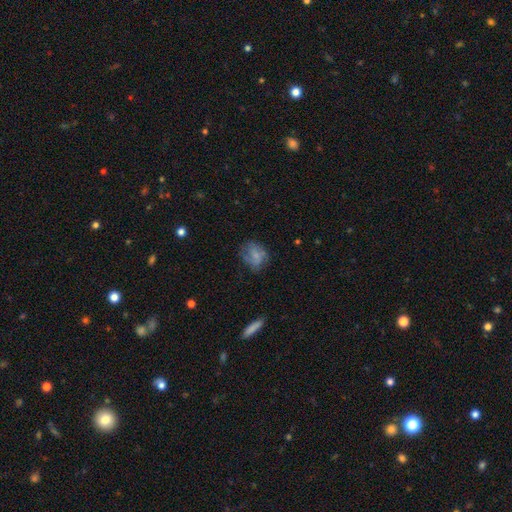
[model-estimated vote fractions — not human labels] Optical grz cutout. It shows a smooth galaxy with no disk features (65%) that is in between round and cigar-shaped (53%). Merging: none (56%).